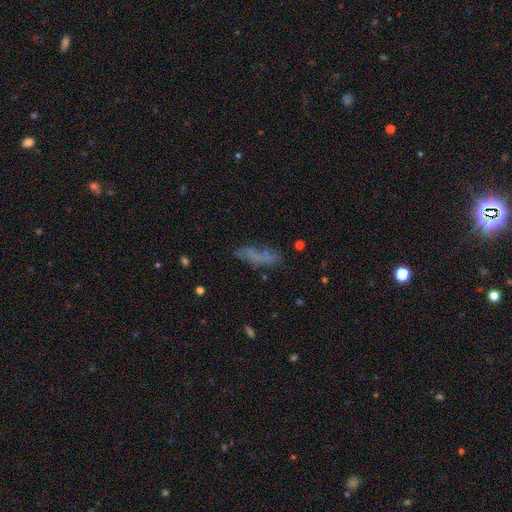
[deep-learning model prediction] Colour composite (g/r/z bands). It shows a smooth galaxy with no disk features (56%) that is cigar-shaped (51%). Merging: none (57%).